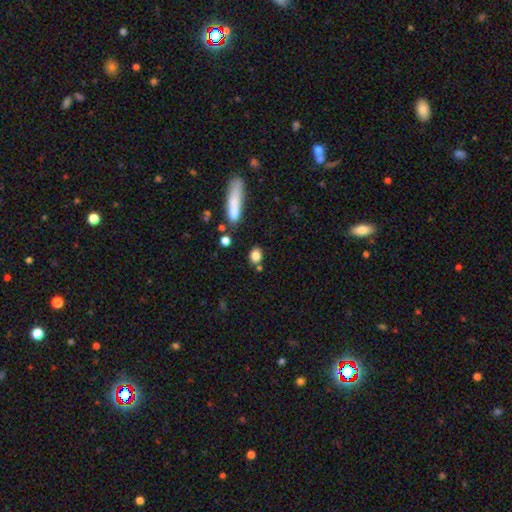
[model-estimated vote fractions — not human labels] smooth_or_featured: smooth (p=0.83) [alt: star or artifact p=0.10]
how_rounded: round (p=0.49) [alt: in between p=0.47]
merging: none (p=0.72) [alt: minor disturbance p=0.13]